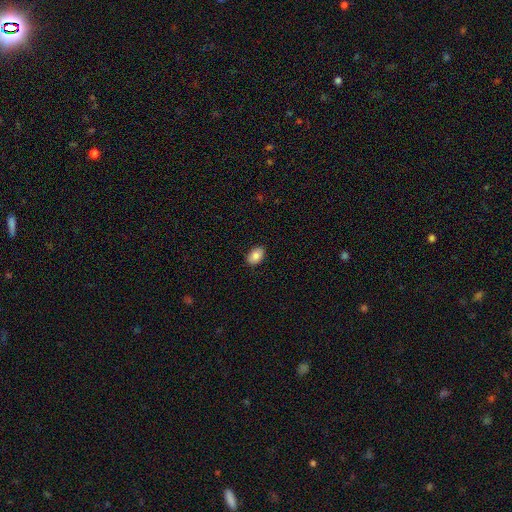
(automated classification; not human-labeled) The model was most divided on "how rounded": in between: 87%, round: 11%, cigar-shaped: 1%. More confident: merging — none (88%); smooth or featured — smooth (85%).